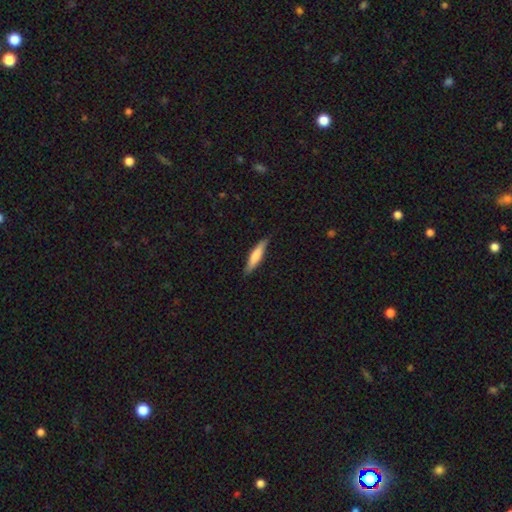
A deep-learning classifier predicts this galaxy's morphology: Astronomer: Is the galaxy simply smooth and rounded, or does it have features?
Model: smooth — 70%.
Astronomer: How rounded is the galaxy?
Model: cigar-shaped — 84%.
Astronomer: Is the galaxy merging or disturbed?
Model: none — 86%.